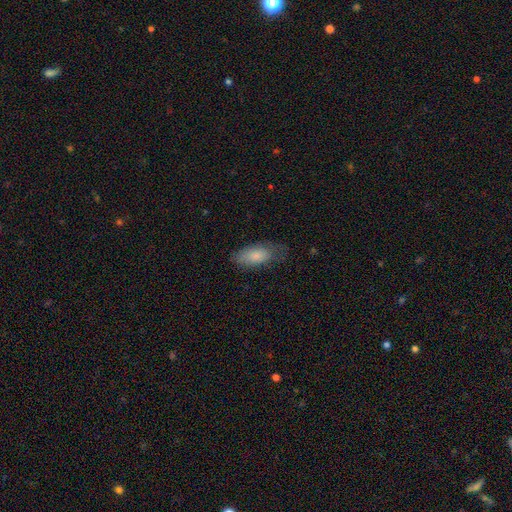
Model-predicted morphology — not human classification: A smooth galaxy with no disk features (81%) that is in between round and cigar-shaped (84%).

Vote fractions:
- Smooth or featured? smooth: 81% / featured or disk: 13% / star or artifact: 6%
- How rounded? in between: 84% / cigar-shaped: 13% / round: 2%
- Merging? none: 61% / minor disturbance: 28% / major disturbance: 10% / merger: 1%